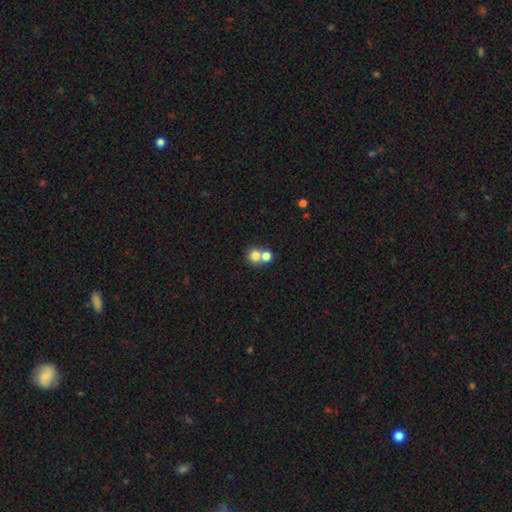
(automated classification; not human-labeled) Q: Smooth or featured?
A: smooth (76%); runner-up: star or artifact (12%)
Q: How rounded?
A: round (85%); runner-up: in between (14%)
Q: Merging?
A: merger (52%); runner-up: none (40%)